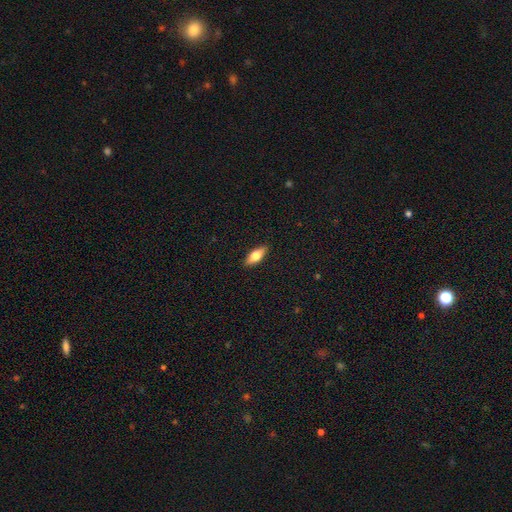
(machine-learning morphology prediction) This is likely a smooth galaxy (65%). How rounded: likely in between (72%). Merging: clearly none (90%).